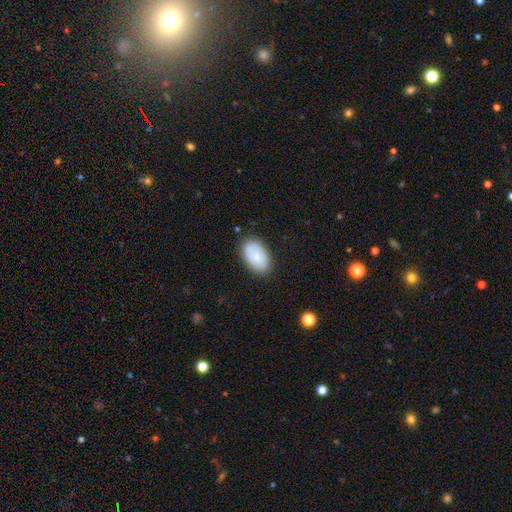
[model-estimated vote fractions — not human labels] Morphology: type=smooth (82%); roundness=in between (93%); merging=none (82%).